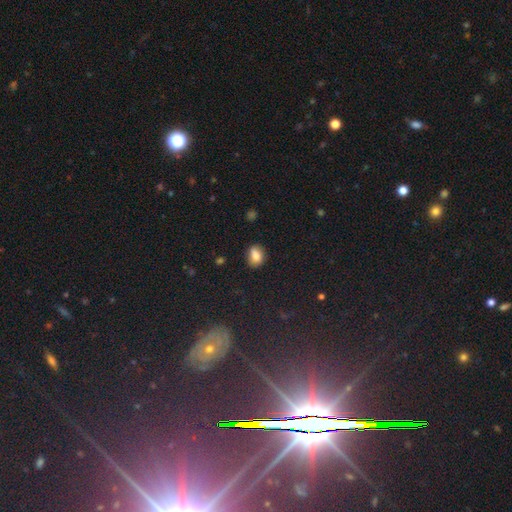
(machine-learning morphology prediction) This is clearly a smooth galaxy (81%). How rounded: likely in between (61%). Merging: likely none (73%).